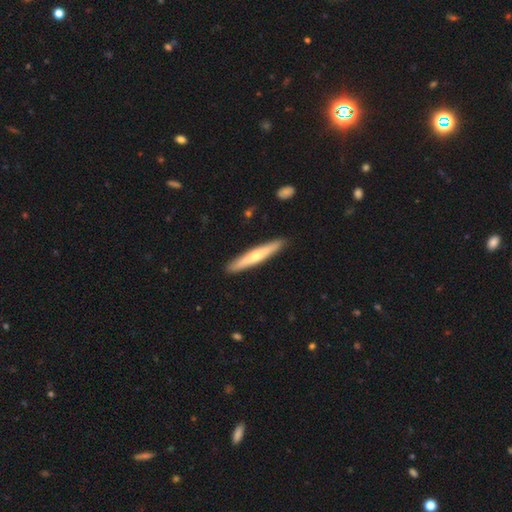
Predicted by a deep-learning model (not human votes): A featured or disk galaxy (53%) viewed edge-on (93%). Merging: none (90%).